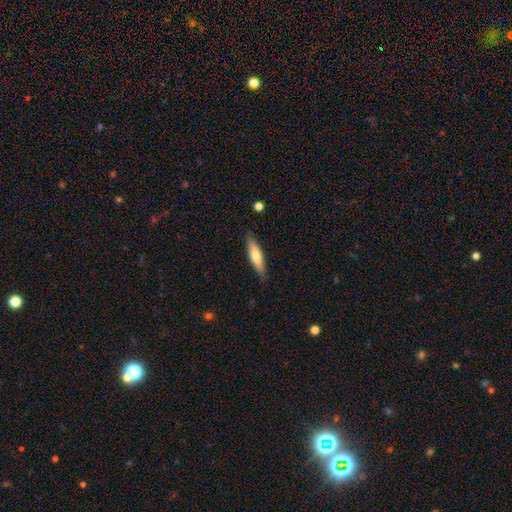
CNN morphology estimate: Overall: smooth (65%; featured or disk 29%). How rounded: cigar-shaped (73%). Merging: none (87%).